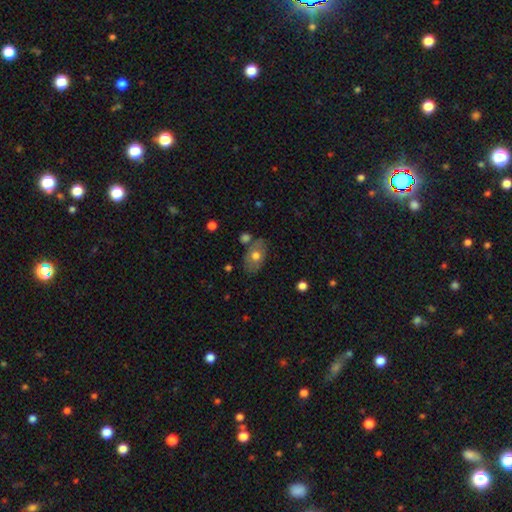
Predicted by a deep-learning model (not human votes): This appears to be a smooth galaxy with no disk features (63%) that is in between round and cigar-shaped (85%). Merging: none (70%).